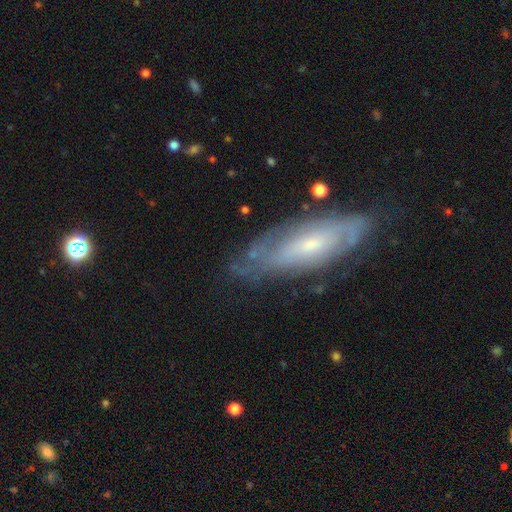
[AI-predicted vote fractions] smooth-or-featured: featured or disk: 72% | smooth: 22% | star or artifact: 7%
  disk-edge-on: no: 79% | yes: 21%
    bar: no: 61% | weak: 32% | strong: 7%
    has-spiral-arms: yes: 79% | no: 21%
    bulge-size: small: 56% | moderate: 36% | none: 4% | large: 3% | dominant: 1%
  merging: none: 72% | minor disturbance: 20% | major disturbance: 6% | merger: 2%